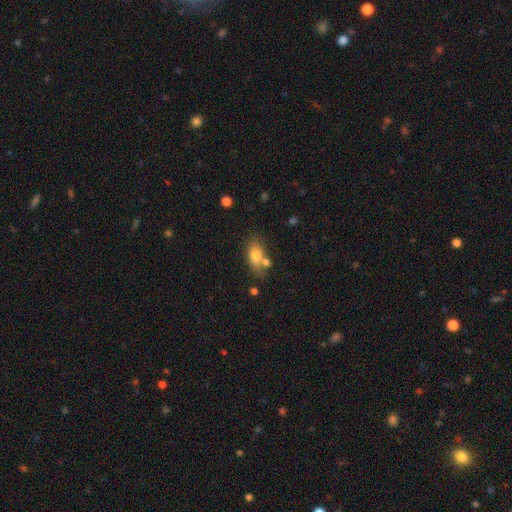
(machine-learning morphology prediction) smooth_or_featured: smooth (p=0.78) [alt: featured or disk p=0.14]
how_rounded: in between (p=0.86) [alt: round p=0.07]
merging: none (p=0.57) [alt: merger p=0.20]